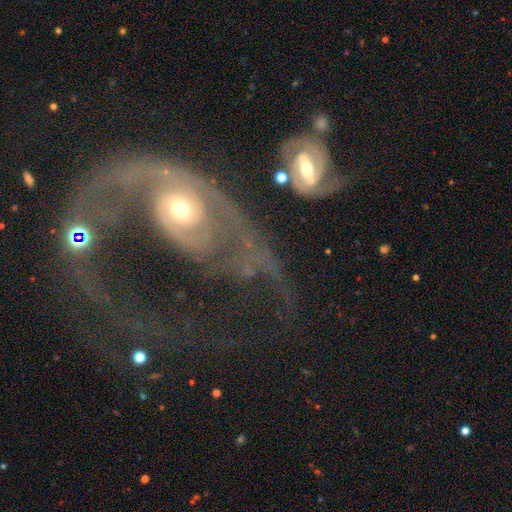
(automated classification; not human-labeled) The model was most divided on "merging": major disturbance: 39%, merger: 33%, none: 17%, minor disturbance: 10%. Remaining: edge-on disk — no (95%); smooth or featured — featured or disk (78%); spiral arms — yes (76%); bar — no (67%); bulge size — moderate (57%); spiral arm count — 2 (49%); spiral winding — loose (46%).